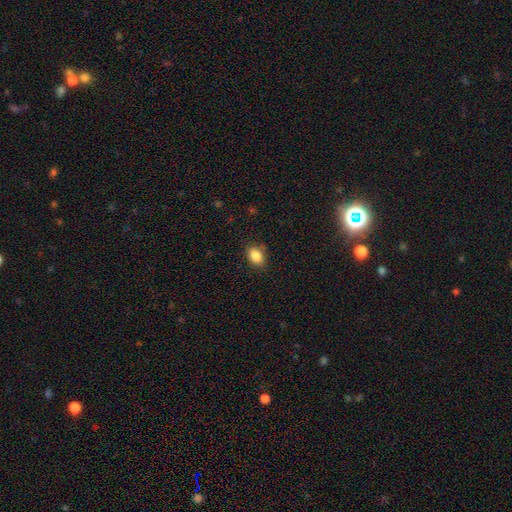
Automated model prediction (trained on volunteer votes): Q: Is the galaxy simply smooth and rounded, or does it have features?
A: smooth — 85%.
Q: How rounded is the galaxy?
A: in between — 81%.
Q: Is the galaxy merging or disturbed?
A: none — 83%.